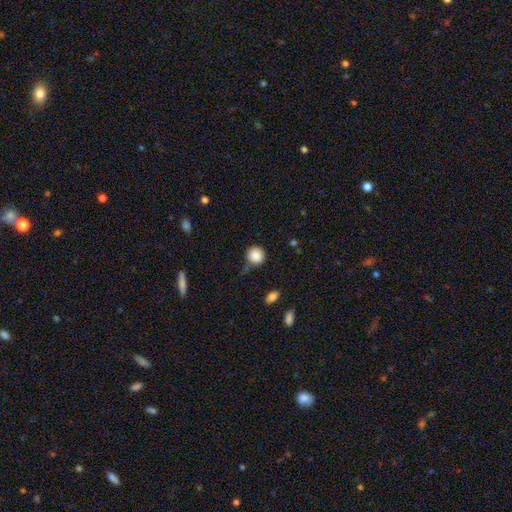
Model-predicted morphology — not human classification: Smooth or featured? Predicted: smooth (p=0.87). How rounded? Predicted: round (p=0.88). Merging? Predicted: none (p=0.65).